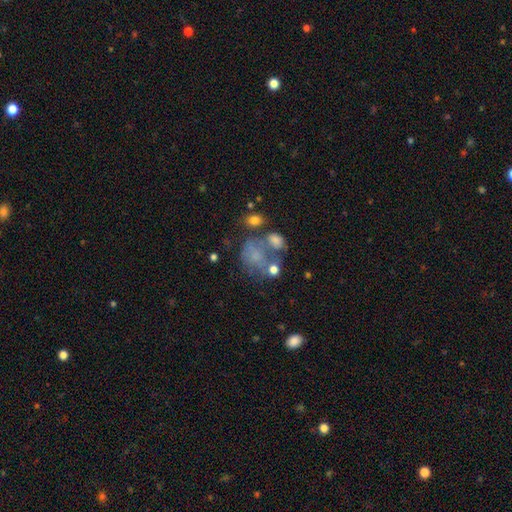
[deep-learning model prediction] Q: Smooth or featured?
A: smooth (47%); runner-up: featured or disk (35%)
Q: Merging?
A: none (29%); runner-up: merger (28%)